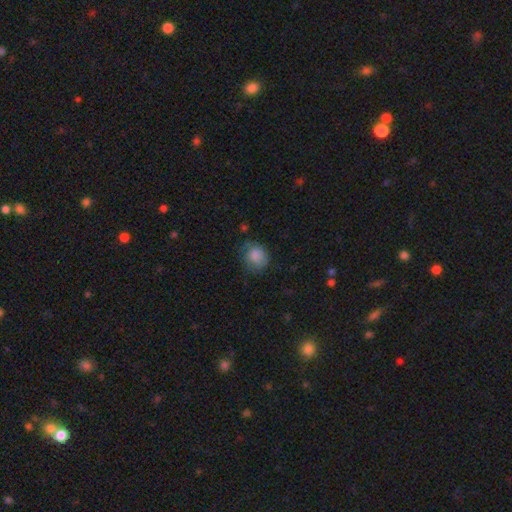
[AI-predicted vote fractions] A smooth galaxy with no disk features (78%) that is round (78%).

Vote fractions:
- Smooth or featured? smooth: 78% / featured or disk: 14% / star or artifact: 8%
- How rounded? round: 78% / in between: 22% / cigar-shaped: 1%
- Merging? none: 55% / minor disturbance: 29% / major disturbance: 15% / merger: 2%